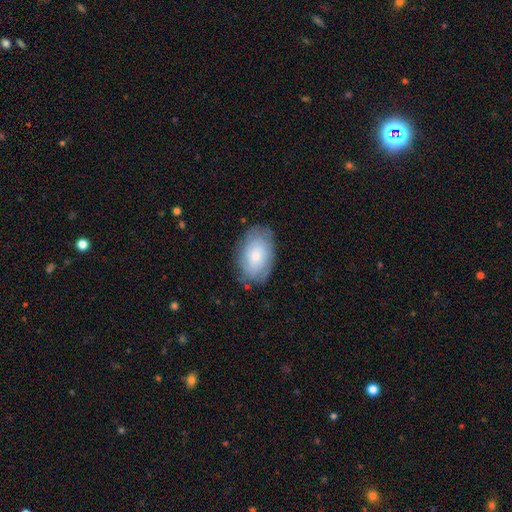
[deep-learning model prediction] Smooth or featured? smooth (64%)
How rounded? in between (91%)
Merging? none (78%)